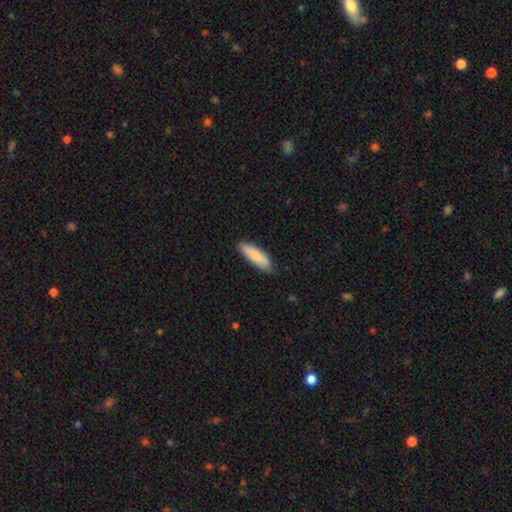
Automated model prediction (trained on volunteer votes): Smooth or featured?
  - smooth: 84% *
  - featured or disk: 11%
  - star or artifact: 5%
How rounded?
  - cigar-shaped: 50% *
  - in between: 49%
  - round: 2%
Merging?
  - none: 80% *
  - minor disturbance: 17%
  - major disturbance: 2%
  - merger: 1%